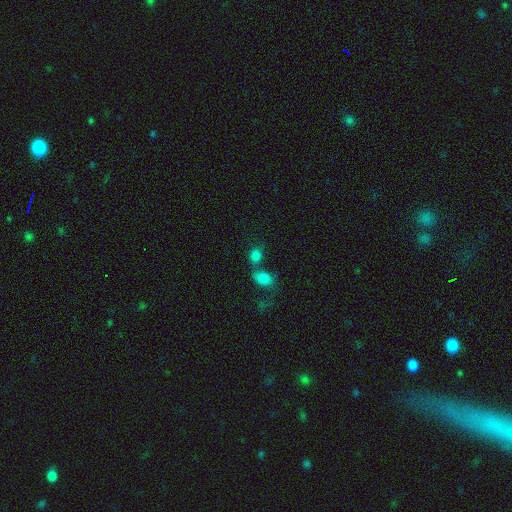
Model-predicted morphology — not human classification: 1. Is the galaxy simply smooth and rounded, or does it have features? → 81% smooth, 12% star or artifact, 7% featured or disk.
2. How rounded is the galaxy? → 51% round, 47% in between, 2% cigar-shaped.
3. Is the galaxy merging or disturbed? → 42% merger (tied), 42% none (tied), 11% minor disturbance, 6% major disturbance.